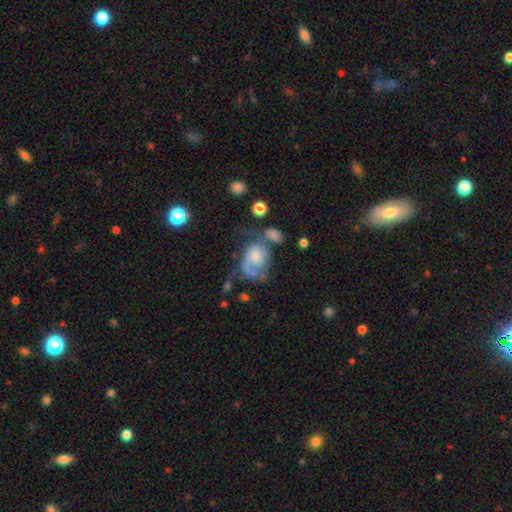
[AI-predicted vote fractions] featured or disk 61%, smooth 29%, star or artifact 10%. Down the decision tree: edge-on disk — no (97%); bar — no (72%); spiral arms — yes (77%); bulge size — moderate (41%); merging — major disturbance (32%).